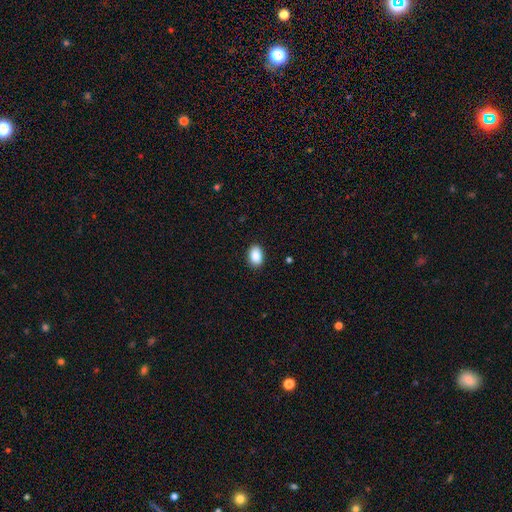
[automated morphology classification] smooth_or_featured: smooth (p=0.89) [alt: star or artifact p=0.07]
how_rounded: in between (p=0.87) [alt: round p=0.12]
merging: none (p=0.89) [alt: minor disturbance p=0.08]